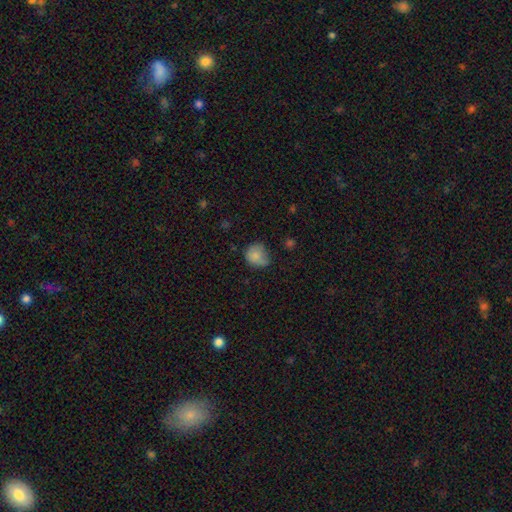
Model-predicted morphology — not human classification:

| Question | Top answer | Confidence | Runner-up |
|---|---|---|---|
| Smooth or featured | smooth | 80% | featured or disk (11%) |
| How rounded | round | 72% | in between (27%) |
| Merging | none | 46% | minor disturbance (39%) |